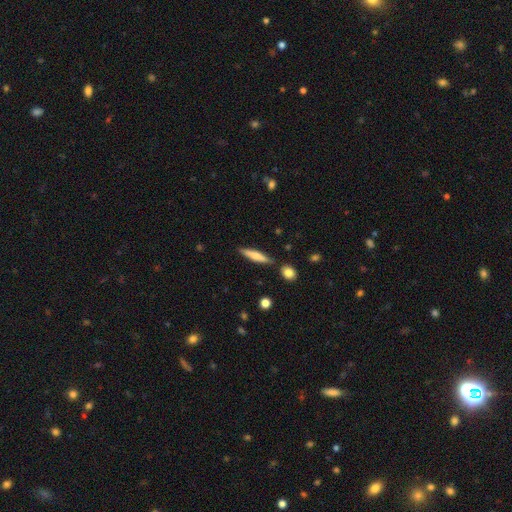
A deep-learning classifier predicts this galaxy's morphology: smooth 58%, featured or disk 35%, star or artifact 6%. Down the decision tree: how rounded — cigar-shaped (82%); merging — none (84%).